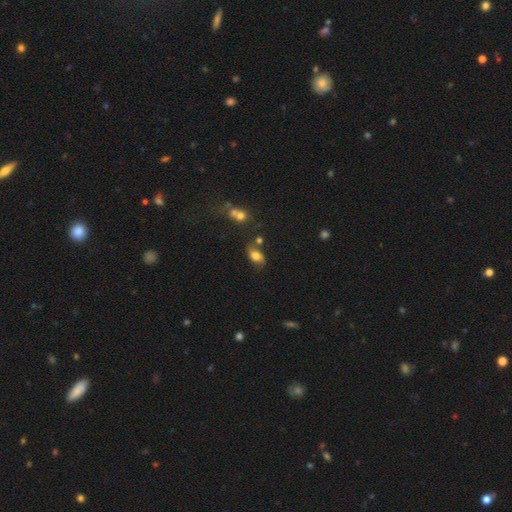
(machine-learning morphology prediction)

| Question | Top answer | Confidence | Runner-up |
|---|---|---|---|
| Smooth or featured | smooth | 60% | featured or disk (29%) |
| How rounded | in between | 83% | round (14%) |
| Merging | none | 58% | minor disturbance (23%) |